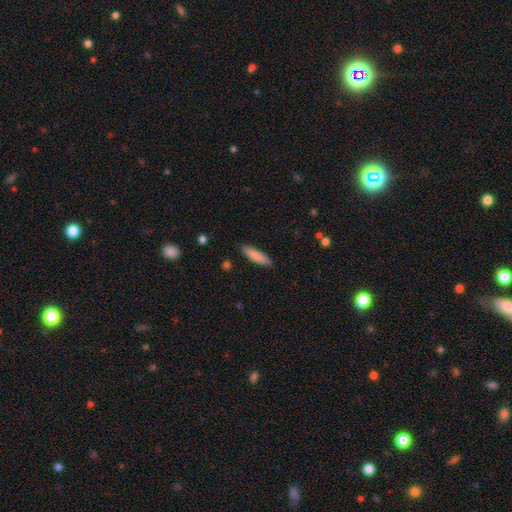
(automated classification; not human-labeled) This is clearly a smooth galaxy (85%). How rounded: likely cigar-shaped (69%). Merging: clearly none (86%).